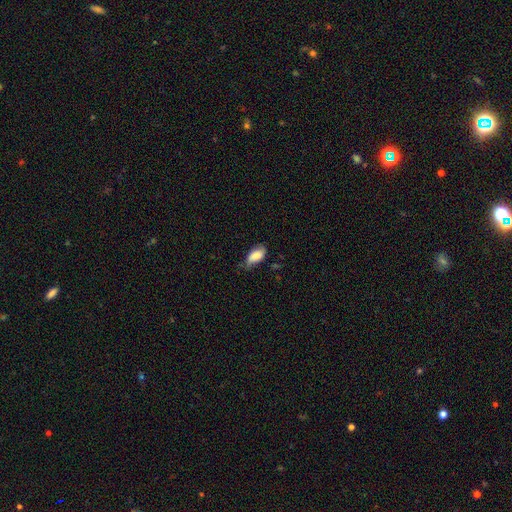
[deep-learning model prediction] The model was most divided on "merging": none: 47%, minor disturbance: 40%, major disturbance: 11%, merger: 2%. More confident: how rounded — in between (91%); smooth or featured — smooth (77%).